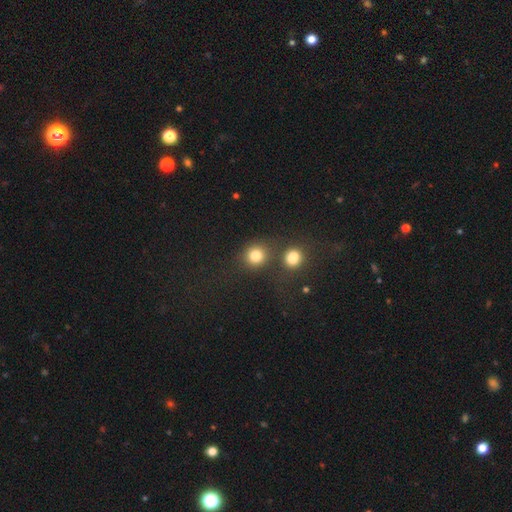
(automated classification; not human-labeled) smooth 80%, star or artifact 14%, featured or disk 6%. Down the decision tree: how rounded — round (85%); merging — none (68%).